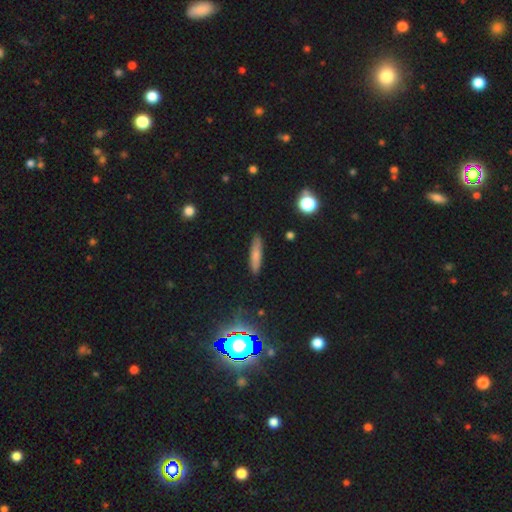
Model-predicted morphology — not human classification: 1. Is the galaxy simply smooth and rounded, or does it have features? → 74% smooth, 17% featured or disk, 9% star or artifact.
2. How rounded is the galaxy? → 83% cigar-shaped, 15% in between, 2% round.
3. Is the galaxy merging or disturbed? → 88% none, 8% minor disturbance, 2% major disturbance, 1% merger.